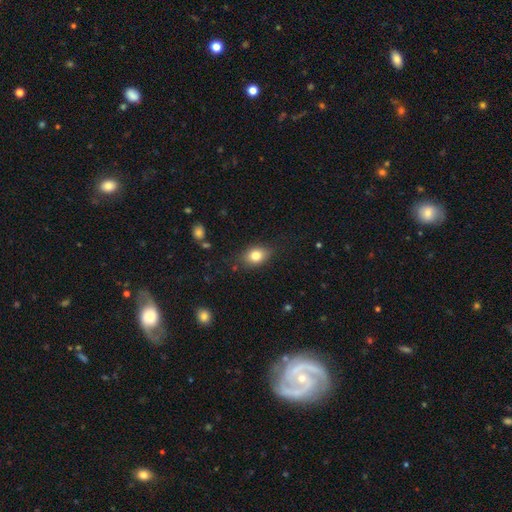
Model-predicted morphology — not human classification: A smooth galaxy with no disk features (80%) that is in between round and cigar-shaped (70%).

Vote fractions:
- Smooth or featured? smooth: 80% / featured or disk: 11% / star or artifact: 9%
- How rounded? in between: 70% / round: 28% / cigar-shaped: 2%
- Merging? none: 78% / minor disturbance: 16% / major disturbance: 4% / merger: 2%